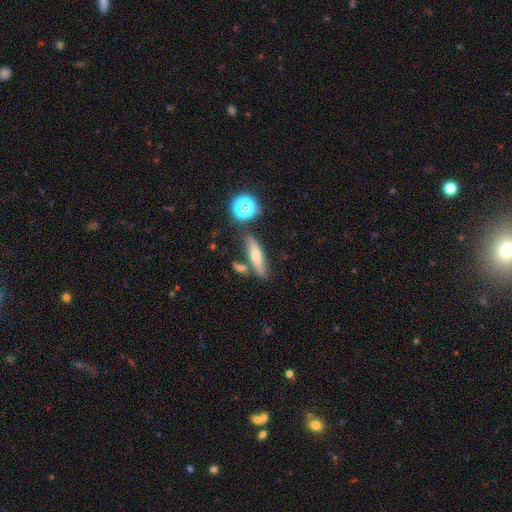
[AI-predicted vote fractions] A smooth galaxy with no disk features (55%) that is cigar-shaped (67%).

Vote fractions:
- Smooth or featured? smooth: 55% / featured or disk: 34% / star or artifact: 11%
- How rounded? cigar-shaped: 67% / in between: 27% / round: 5%
- Merging? none: 71% / minor disturbance: 14% / merger: 11% / major disturbance: 4%